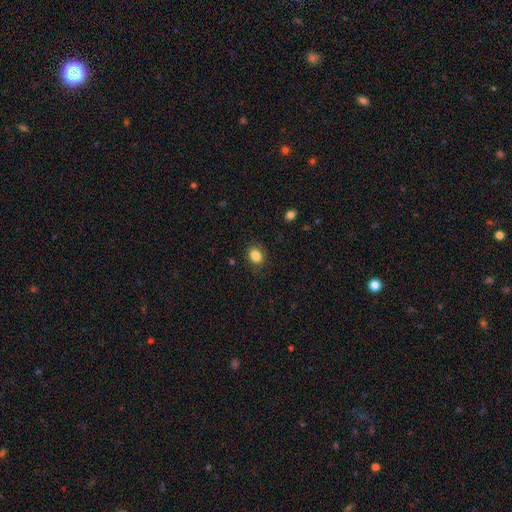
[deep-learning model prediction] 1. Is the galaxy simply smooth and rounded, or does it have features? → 86% smooth, 9% star or artifact, 5% featured or disk.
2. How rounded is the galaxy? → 61% in between, 38% round, 1% cigar-shaped.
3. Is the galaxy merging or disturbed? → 84% none, 11% minor disturbance, 3% major disturbance, 1% merger.